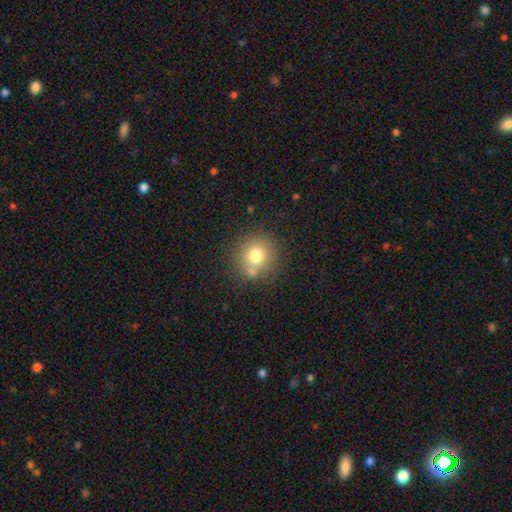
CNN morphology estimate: A smooth galaxy with no disk features (75%) that is round (90%). Merging: none (73%).